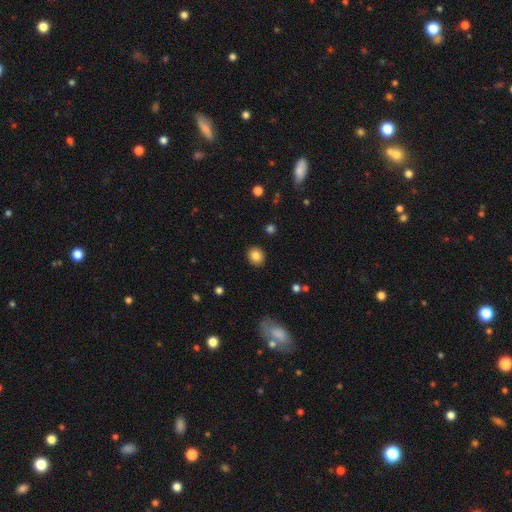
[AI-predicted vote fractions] smooth-or-featured: smooth: 84% | star or artifact: 10% | featured or disk: 6%
  how-rounded: round: 73% | in between: 26% | cigar-shaped: 1%
  merging: none: 90% | minor disturbance: 7% | major disturbance: 2% | merger: 1%